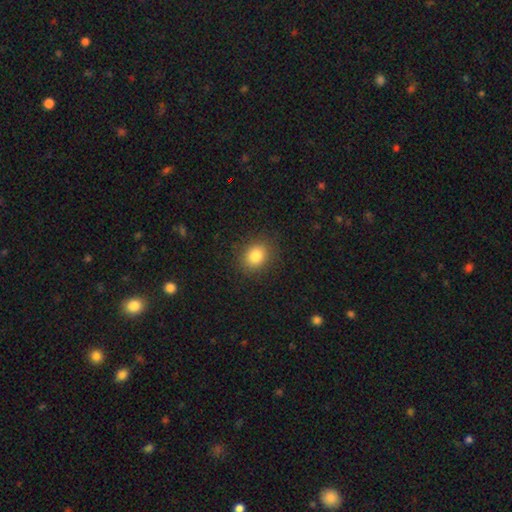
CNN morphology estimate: A smooth galaxy with no disk features (83%) that is round (61%). Merging: none (87%).